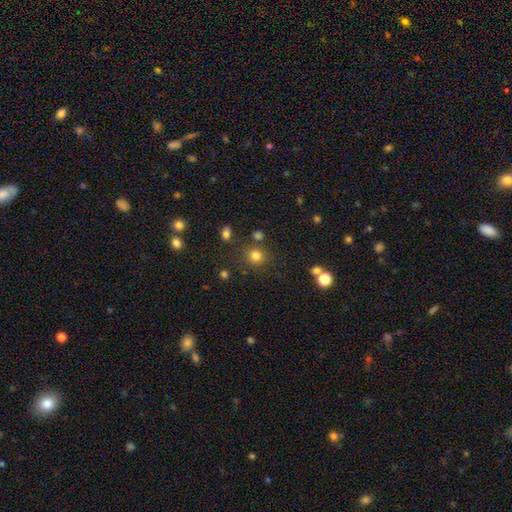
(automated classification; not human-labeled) smooth_or_featured: smooth (p=0.79) [alt: star or artifact p=0.15]
how_rounded: round (p=0.91) [alt: in between p=0.08]
merging: none (p=0.80) [alt: minor disturbance p=0.09]